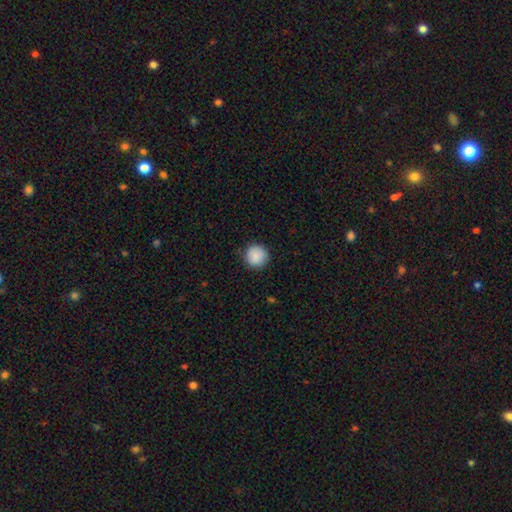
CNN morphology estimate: Smooth or featured? Predicted: smooth (p=0.89). How rounded? Predicted: round (p=0.95). Merging? Predicted: none (p=0.89).